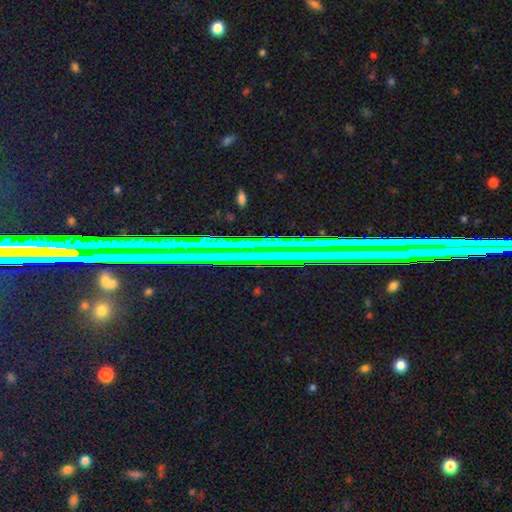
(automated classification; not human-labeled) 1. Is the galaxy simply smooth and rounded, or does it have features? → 78% star or artifact, 13% featured or disk, 9% smooth.